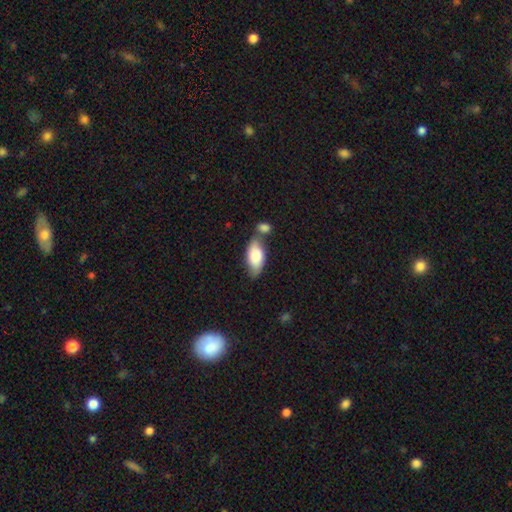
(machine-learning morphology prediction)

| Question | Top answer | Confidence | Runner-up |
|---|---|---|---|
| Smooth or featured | smooth | 78% | featured or disk (17%) |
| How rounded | in between | 91% | cigar-shaped (6%) |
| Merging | none | 47% | merger (30%) |